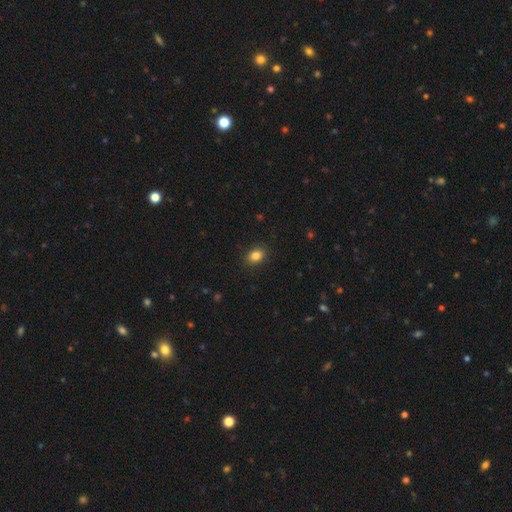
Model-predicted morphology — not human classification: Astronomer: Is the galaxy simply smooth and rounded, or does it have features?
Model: smooth — 85%.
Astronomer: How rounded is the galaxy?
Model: in between — 72%.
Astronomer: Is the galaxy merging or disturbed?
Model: none — 88%.